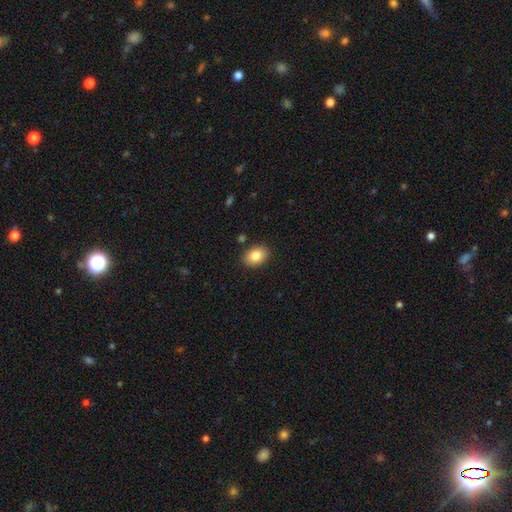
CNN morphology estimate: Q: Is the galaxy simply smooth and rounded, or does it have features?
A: smooth — 84%.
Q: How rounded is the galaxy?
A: in between — 79%.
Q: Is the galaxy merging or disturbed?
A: none — 88%.